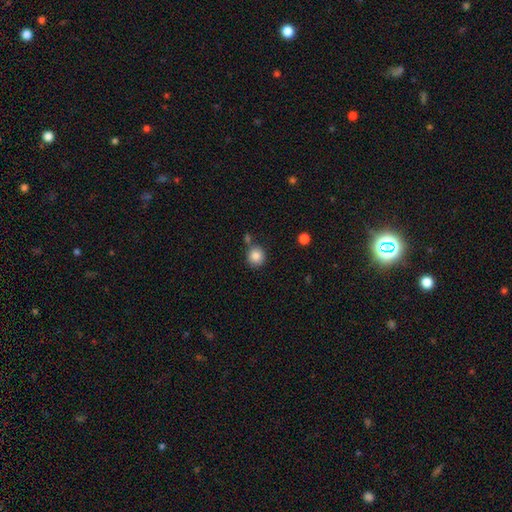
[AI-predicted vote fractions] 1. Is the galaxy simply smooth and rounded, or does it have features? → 85% smooth, 9% star or artifact, 6% featured or disk.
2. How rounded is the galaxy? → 90% round, 9% in between, 1% cigar-shaped.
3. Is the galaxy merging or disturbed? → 75% none, 11% merger, 11% minor disturbance, 3% major disturbance.